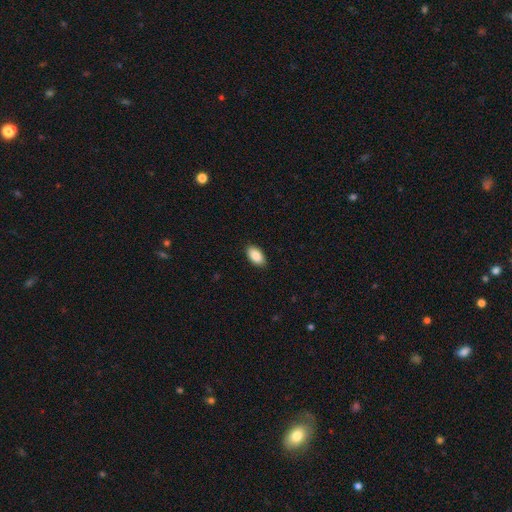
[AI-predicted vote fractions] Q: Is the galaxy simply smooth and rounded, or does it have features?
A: smooth — 90%.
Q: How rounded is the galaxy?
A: in between — 95%.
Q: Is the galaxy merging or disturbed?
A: none — 89%.